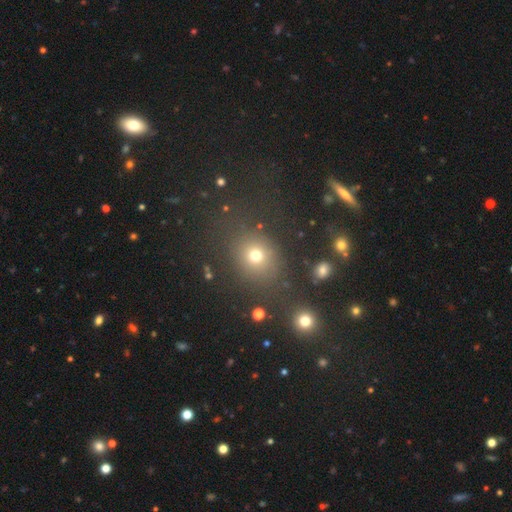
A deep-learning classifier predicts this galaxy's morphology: Smooth or featured: smooth — 71% (star or artifact — 20%)
How rounded: round — 72% (in between — 26%)
Merging: none — 78% (minor disturbance — 11%)